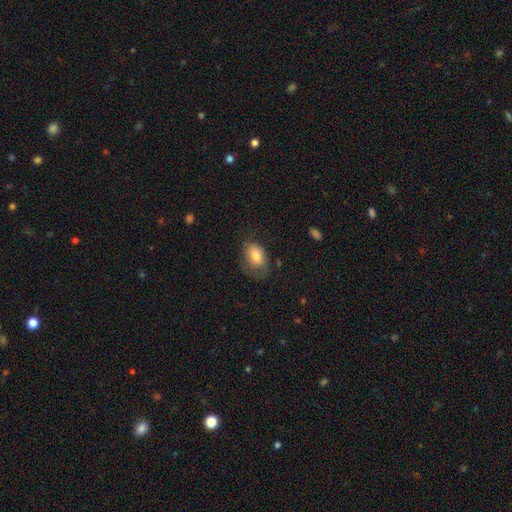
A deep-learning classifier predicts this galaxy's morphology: type=smooth (78%); roundness=in between (84%); merging=none (47%).